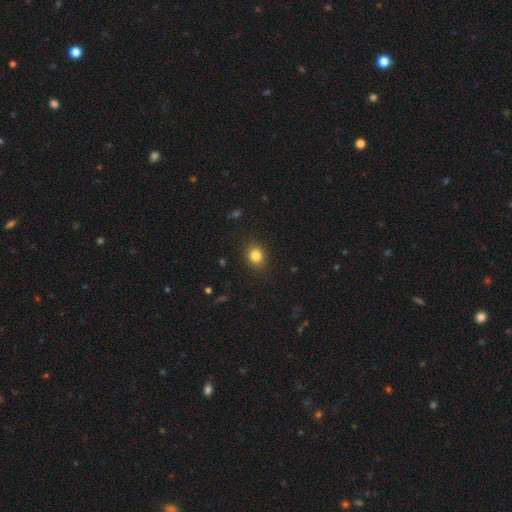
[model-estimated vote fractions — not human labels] Smooth or featured? smooth (83%)
How rounded? round (58%)
Merging? none (88%)